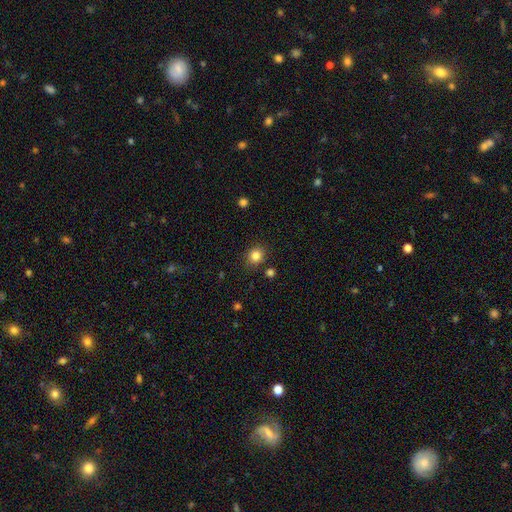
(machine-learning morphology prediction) type=smooth (84%); roundness=round (80%); merging=none (86%).